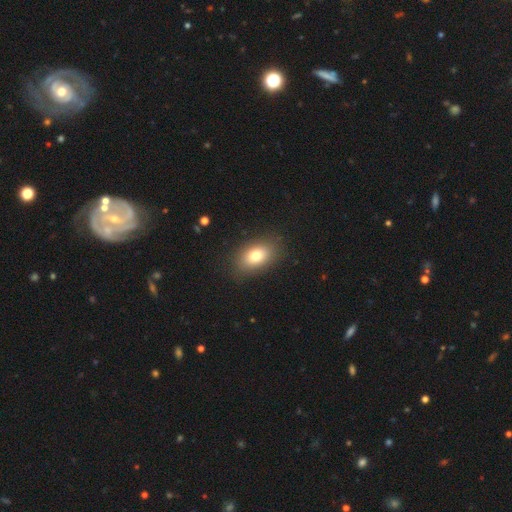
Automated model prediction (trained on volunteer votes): Smooth or featured: smooth — 78% (featured or disk — 12%)
How rounded: in between — 85% (round — 13%)
Merging: none — 86% (minor disturbance — 10%)